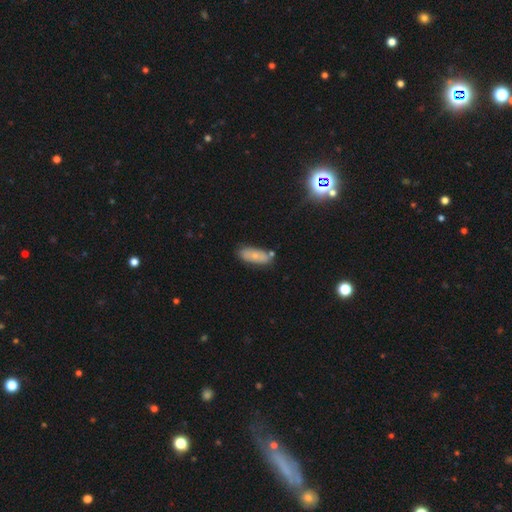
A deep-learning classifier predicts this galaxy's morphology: Overall: smooth (67%). How rounded: in between (80%). Merging: none (72%).